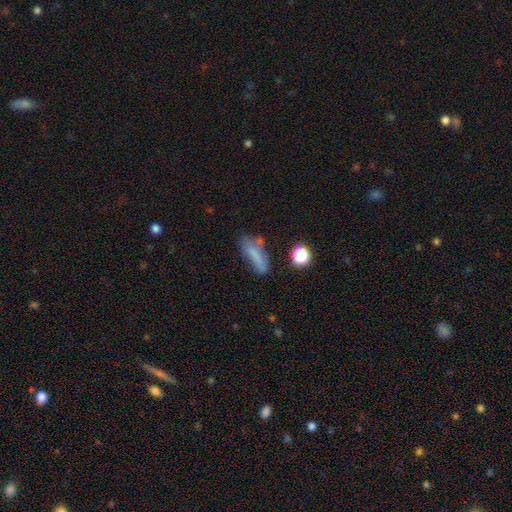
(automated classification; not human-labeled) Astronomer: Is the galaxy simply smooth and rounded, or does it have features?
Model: smooth — 68%.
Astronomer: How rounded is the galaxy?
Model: cigar-shaped — 53% (runner-up: in between, 43%).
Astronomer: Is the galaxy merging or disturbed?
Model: none — 51% (runner-up: minor disturbance, 26%).